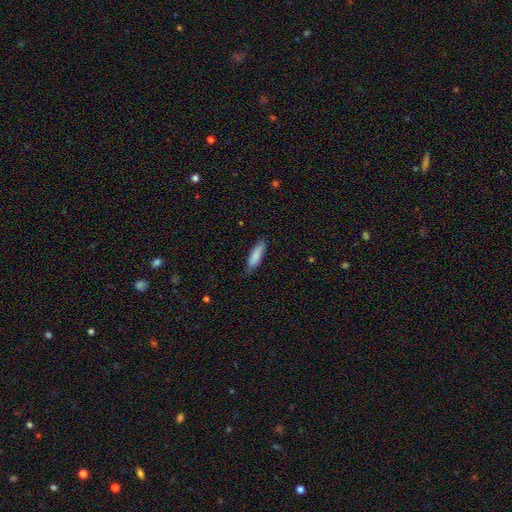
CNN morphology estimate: A smooth galaxy with no disk features (85%) that is cigar-shaped (58%).

Vote fractions:
- Smooth or featured? smooth: 85% / featured or disk: 9% / star or artifact: 6%
- How rounded? cigar-shaped: 58% / in between: 40% / round: 1%
- Merging? none: 76% / minor disturbance: 20% / major disturbance: 3% / merger: 1%